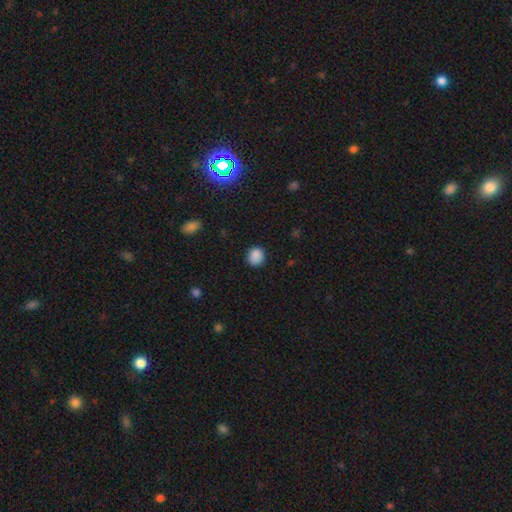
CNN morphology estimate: Smooth or featured?
  - smooth: 87% *
  - star or artifact: 10%
  - featured or disk: 3%
How rounded?
  - round: 79% *
  - in between: 20%
  - cigar-shaped: 1%
Merging?
  - none: 84% *
  - minor disturbance: 12%
  - major disturbance: 3%
  - merger: 1%